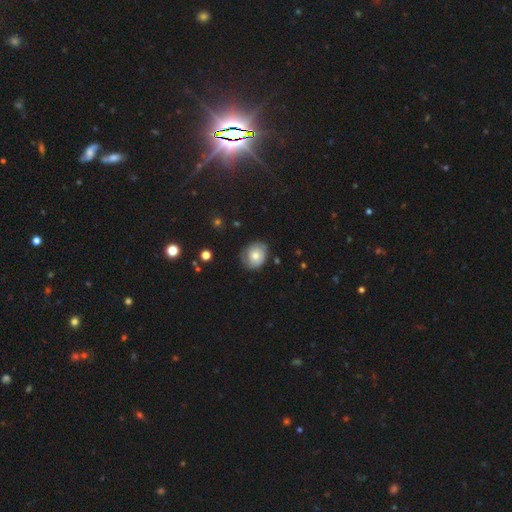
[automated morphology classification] type=smooth (50%); roundness=round (61%); merging=none (68%).